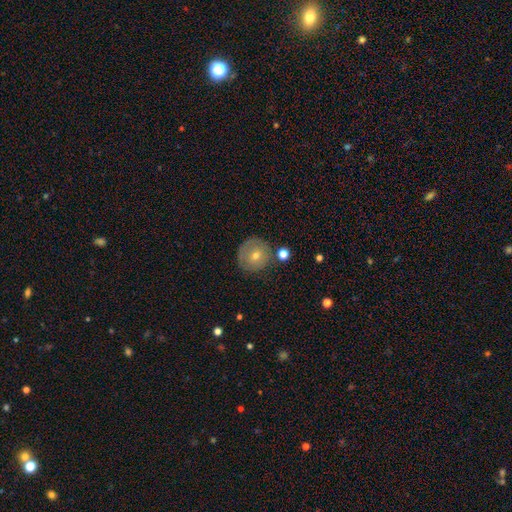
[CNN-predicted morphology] smooth 50%, featured or disk 40%, star or artifact 11%. Down the decision tree: merging — none (78%).